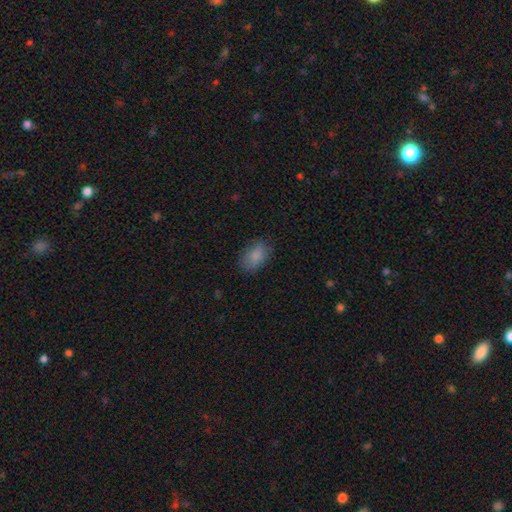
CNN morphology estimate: This is clearly a smooth galaxy (85%). How rounded: clearly in between (87%). Merging: clearly none (81%).